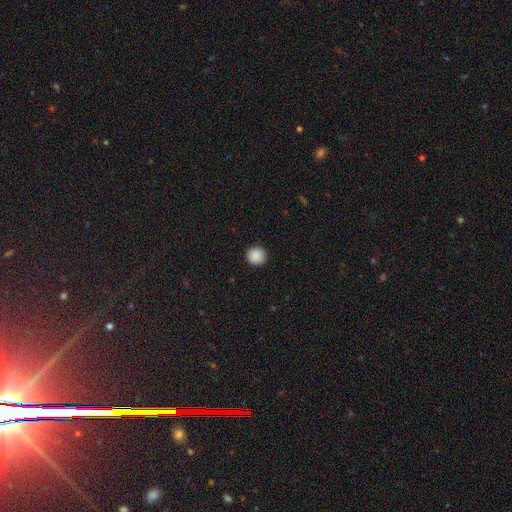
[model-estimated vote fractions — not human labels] Overall: smooth (89%). How rounded: round (95%). Merging: none (93%).